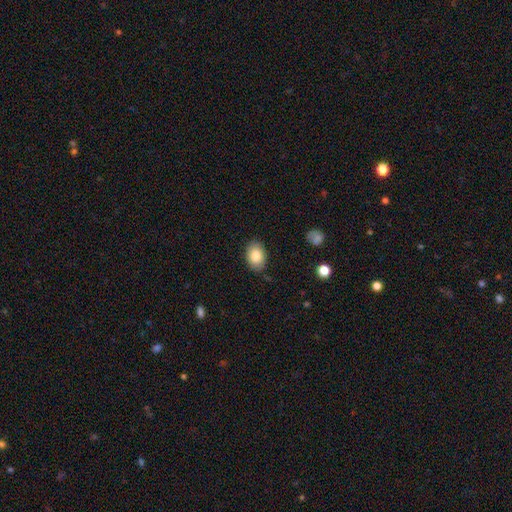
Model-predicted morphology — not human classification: Smooth or featured? Predicted: smooth (p=0.84). How rounded? Predicted: in between (p=0.83). Merging? Predicted: none (p=0.85).